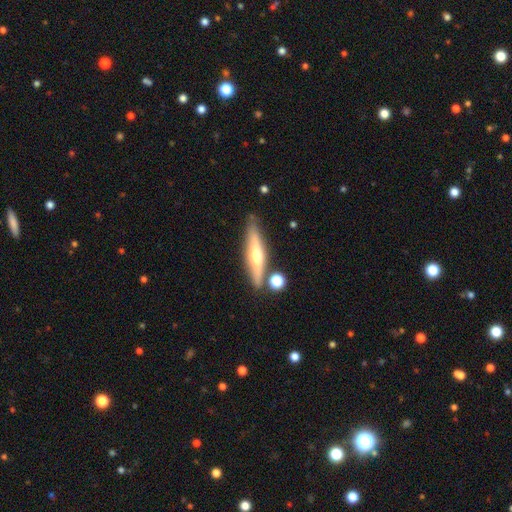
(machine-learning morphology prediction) A featured or disk galaxy (57%) viewed edge-on (91%) with a rounded central bulge (89%).

Vote fractions:
- Smooth or featured? featured or disk: 57% / smooth: 36% / star or artifact: 7%
- Edge-on disk? yes: 91% / no: 9%
- Edge-on bulge? rounded: 89% / none: 7% / boxy: 4%
- Merging? none: 76% / minor disturbance: 12% / merger: 8% / major disturbance: 3%